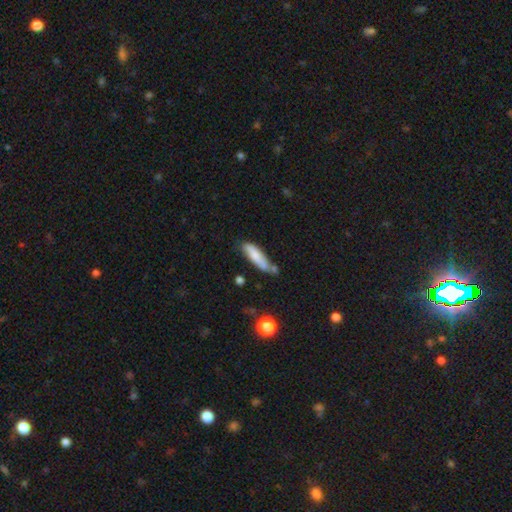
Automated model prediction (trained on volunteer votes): A smooth galaxy with no disk features (75%) that is cigar-shaped (67%). Merging: none (50%).